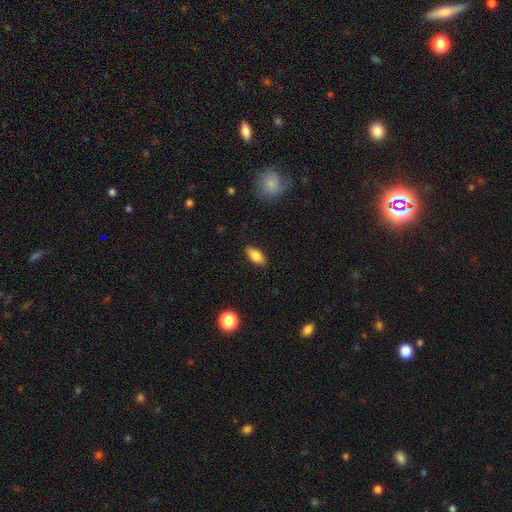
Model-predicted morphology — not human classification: Q: Smooth or featured?
A: smooth (81%); runner-up: featured or disk (11%)
Q: How rounded?
A: in between (85%); runner-up: cigar-shaped (11%)
Q: Merging?
A: none (87%); runner-up: minor disturbance (10%)